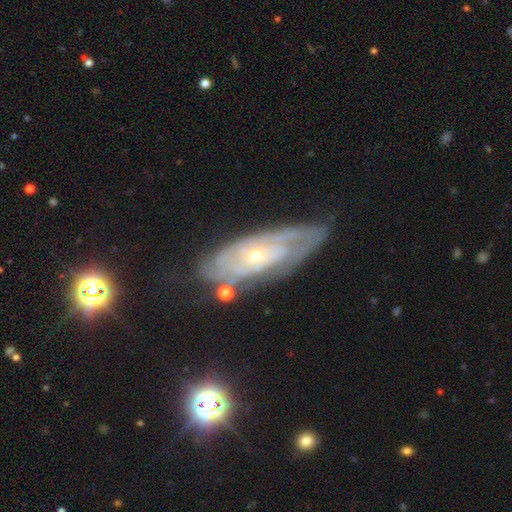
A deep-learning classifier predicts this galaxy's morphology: type=featured or disk (79%); edge-on=no (87%); bar=no (75%); spiral arms=yes (86%); winding=tight (70%); arm count=can't tell (58%); bulge=small (71%); merging=none (65%).